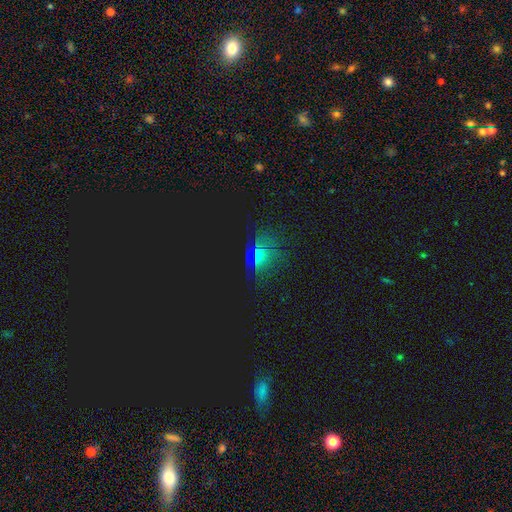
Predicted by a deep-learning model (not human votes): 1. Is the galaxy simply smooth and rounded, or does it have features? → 56% star or artifact, 32% smooth, 11% featured or disk.